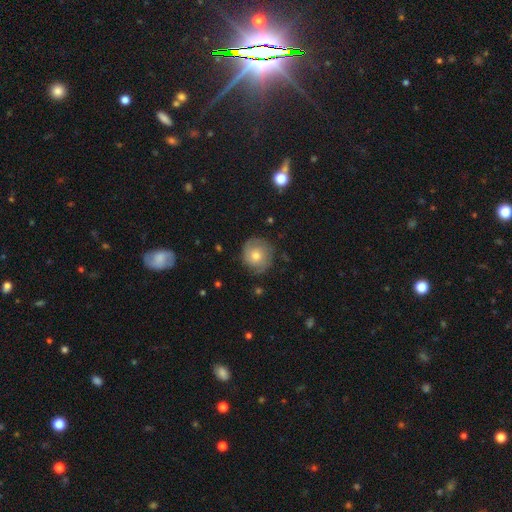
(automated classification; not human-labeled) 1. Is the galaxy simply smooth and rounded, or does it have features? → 48% smooth, 44% featured or disk, 9% star or artifact.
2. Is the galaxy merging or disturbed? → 79% none, 16% minor disturbance, 4% major disturbance, 1% merger.